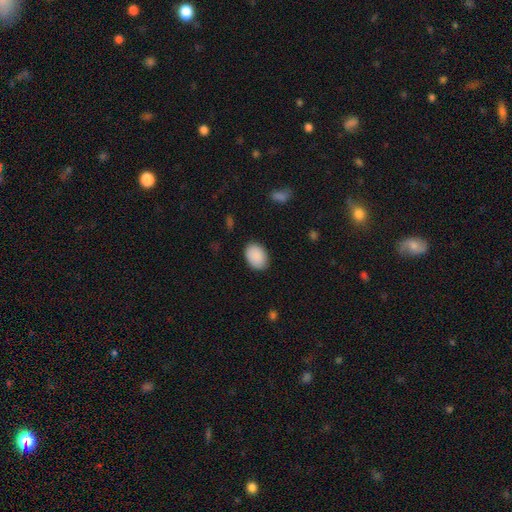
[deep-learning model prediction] smooth 91%, star or artifact 6%, featured or disk 3%. Down the decision tree: how rounded — in between (79%); merging — none (87%).